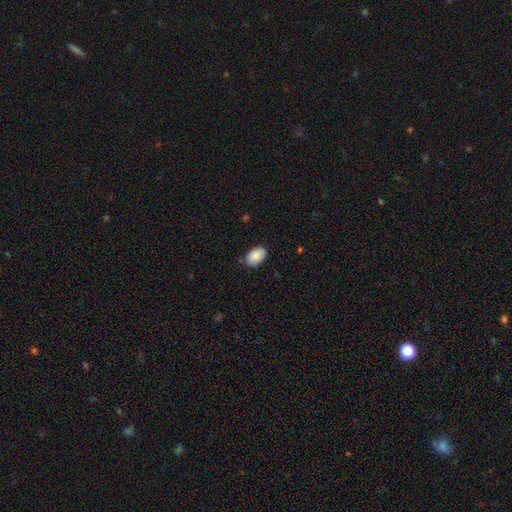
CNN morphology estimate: smooth 89%, star or artifact 7%, featured or disk 5%. Down the decision tree: how rounded — in between (90%); merging — none (81%).